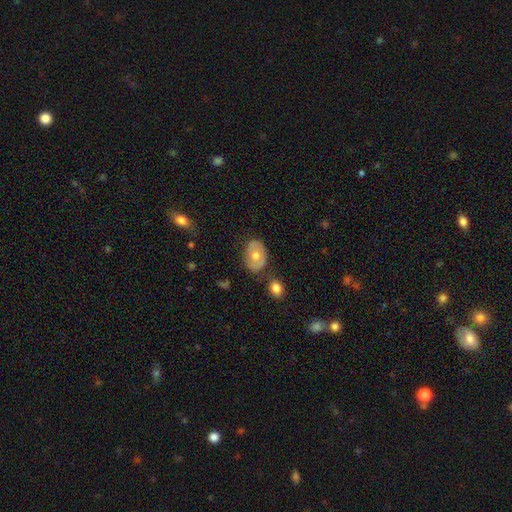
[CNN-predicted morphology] Smooth or featured? smooth (49%)
Merging? none (74%)